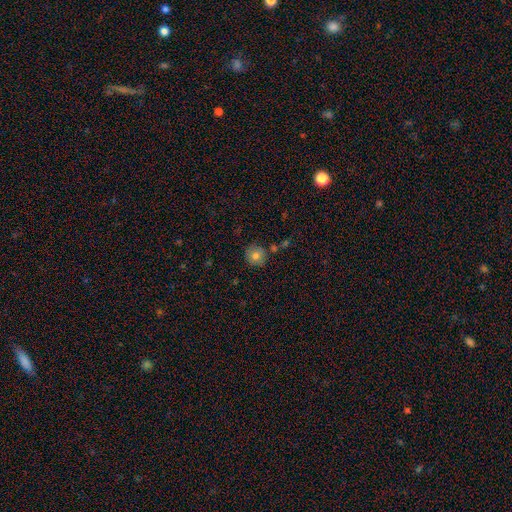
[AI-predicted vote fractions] Smooth or featured? Predicted: smooth (p=0.79). How rounded? Predicted: round (p=0.92). Merging? Predicted: none (p=0.79).